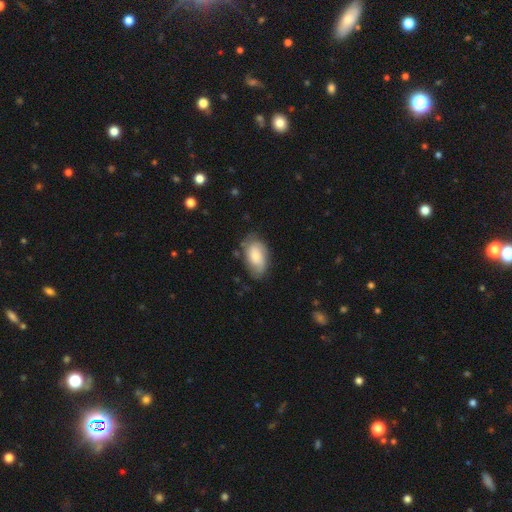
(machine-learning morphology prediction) smooth_or_featured: smooth (p=0.64) [alt: featured or disk p=0.29]
how_rounded: in between (p=0.93) [alt: round p=0.05]
merging: none (p=0.67) [alt: minor disturbance p=0.24]